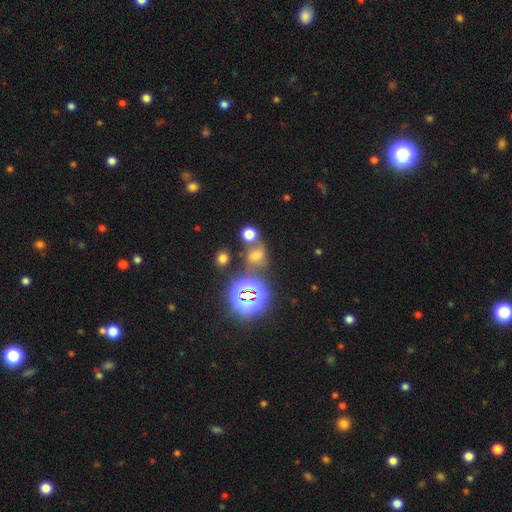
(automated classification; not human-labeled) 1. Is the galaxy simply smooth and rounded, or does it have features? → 40% star or artifact, 39% smooth, 21% featured or disk.